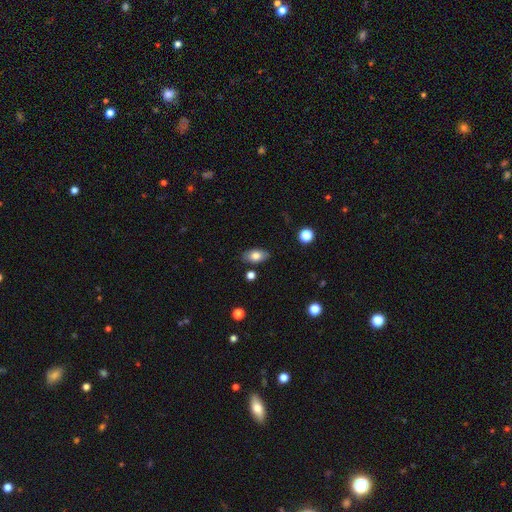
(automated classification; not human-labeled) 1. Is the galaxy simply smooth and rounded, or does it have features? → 79% smooth, 13% featured or disk, 8% star or artifact.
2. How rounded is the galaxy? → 91% in between, 7% round, 3% cigar-shaped.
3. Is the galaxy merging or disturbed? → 83% none, 12% minor disturbance, 2% major disturbance, 2% merger.